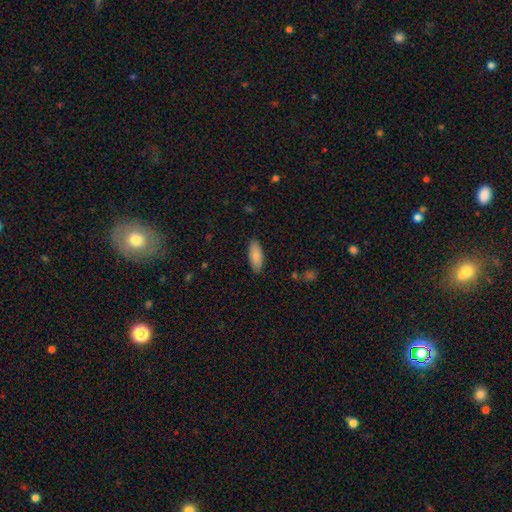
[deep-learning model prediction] smooth_or_featured: smooth (p=0.86) [alt: featured or disk p=0.08]
how_rounded: in between (p=0.77) [alt: cigar-shaped p=0.21]
merging: none (p=0.88) [alt: minor disturbance p=0.09]